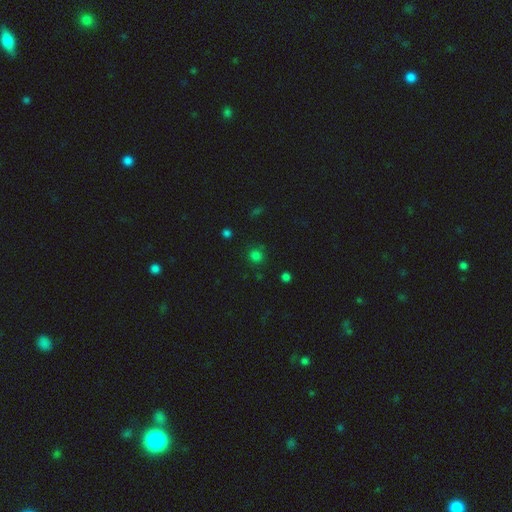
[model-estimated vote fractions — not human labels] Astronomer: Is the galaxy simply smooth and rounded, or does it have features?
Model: smooth — 74%.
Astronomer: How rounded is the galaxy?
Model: round — 89%.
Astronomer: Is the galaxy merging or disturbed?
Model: none — 82%.